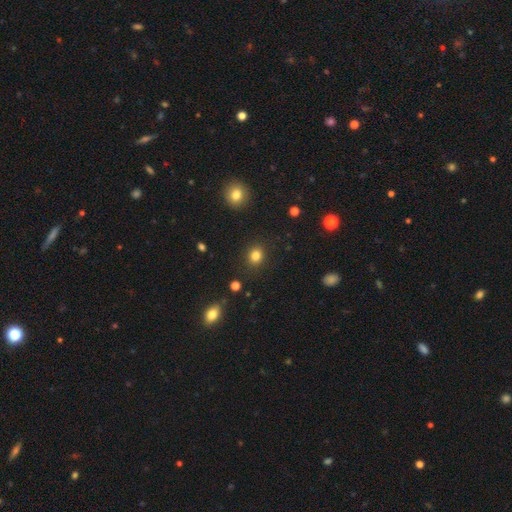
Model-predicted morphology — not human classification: Smooth or featured? smooth (83%)
How rounded? round (76%)
Merging? none (89%)